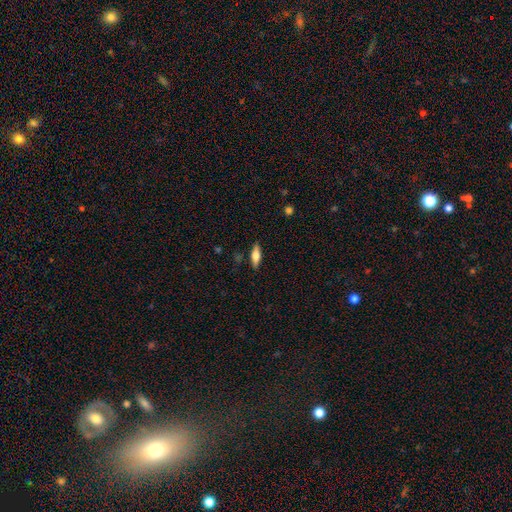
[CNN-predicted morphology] Q: Smooth or featured?
A: smooth (54%); runner-up: featured or disk (40%)
Q: How rounded?
A: in between (50%); runner-up: cigar-shaped (47%)
Q: Merging?
A: none (87%); runner-up: minor disturbance (10%)